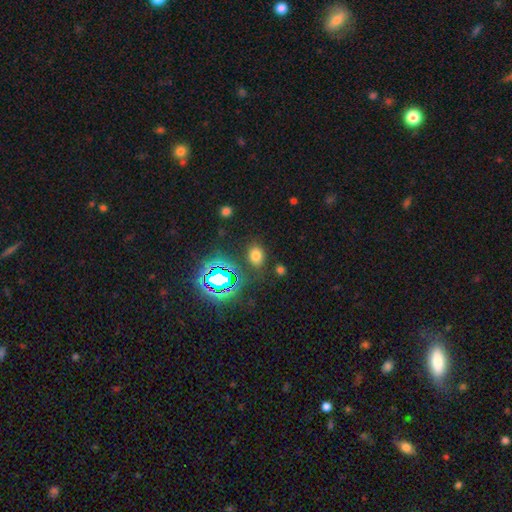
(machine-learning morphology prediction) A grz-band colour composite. It shows a smooth galaxy with no disk features (66%) that is in between round and cigar-shaped (61%). Merging: none (81%).